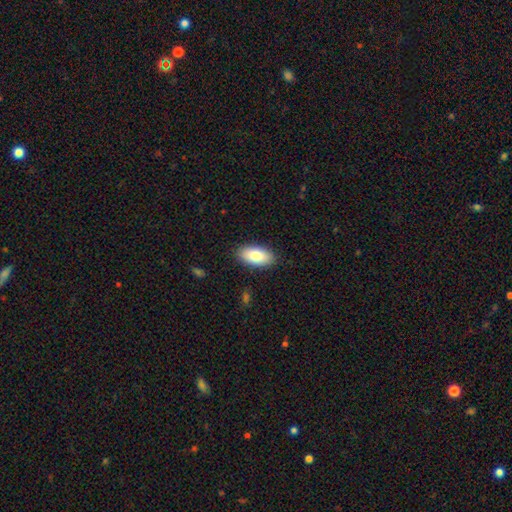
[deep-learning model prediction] smooth 83%, featured or disk 10%, star or artifact 6%. Down the decision tree: how rounded — in between (94%); merging — none (89%).